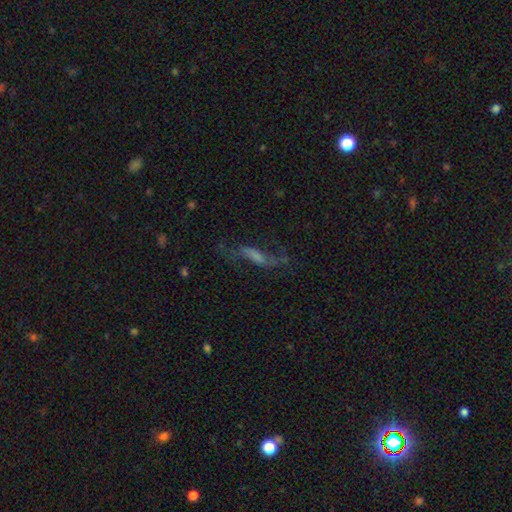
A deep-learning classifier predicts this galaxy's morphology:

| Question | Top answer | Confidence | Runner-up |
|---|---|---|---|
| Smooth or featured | featured or disk | 58% | smooth (25%) |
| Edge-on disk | no | 71% | yes (29%) |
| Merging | none | 57% | major disturbance (21%) |